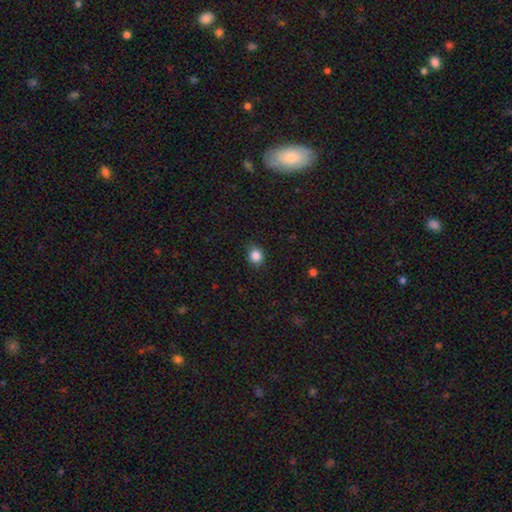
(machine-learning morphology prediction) smooth 85%, star or artifact 11%, featured or disk 4%. Down the decision tree: how rounded — round (77%); merging — none (86%).